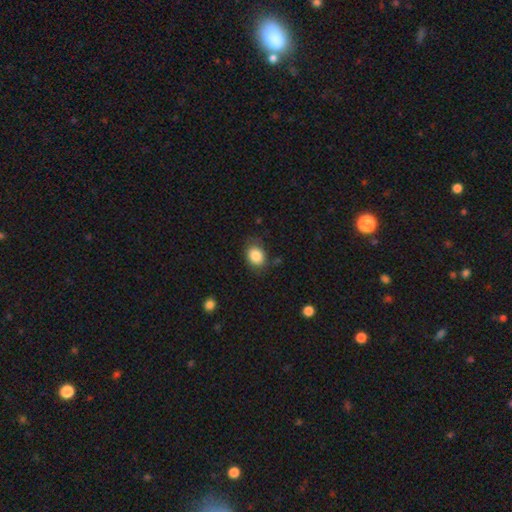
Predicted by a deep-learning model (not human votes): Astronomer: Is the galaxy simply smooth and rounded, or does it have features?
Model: smooth — 86%.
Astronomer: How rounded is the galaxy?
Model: in between — 55% (runner-up: round, 44%).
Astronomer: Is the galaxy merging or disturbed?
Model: none — 76%.